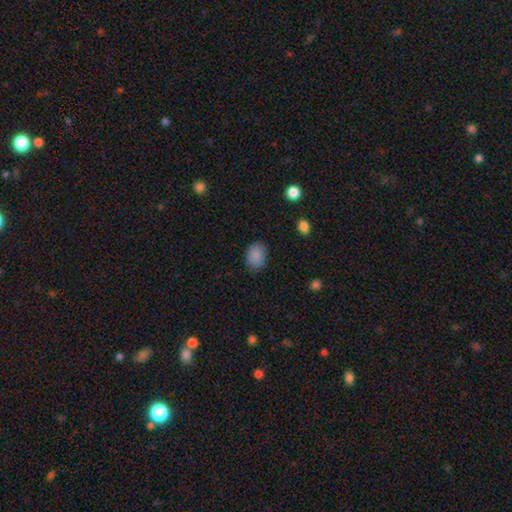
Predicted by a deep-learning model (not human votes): Overall: smooth (88%). How rounded: in between (66%; round 34%). Merging: none (81%).